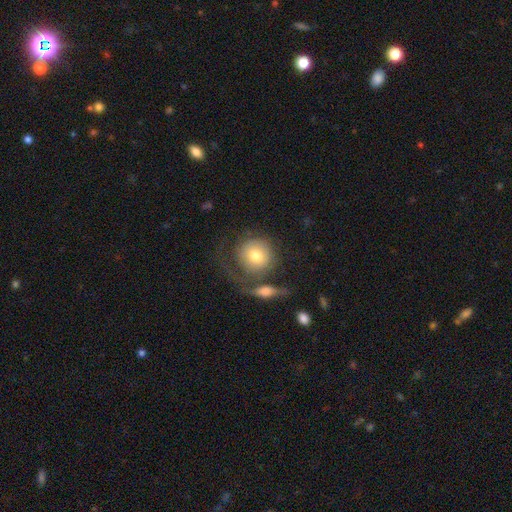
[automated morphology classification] Overall: smooth (67%). How rounded: round (89%). Merging: none (43%; merger 23%).